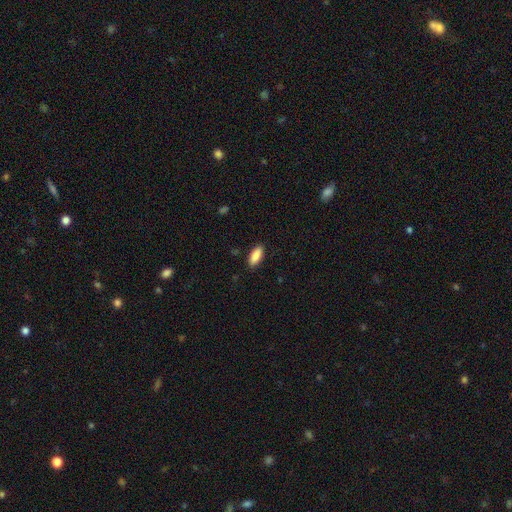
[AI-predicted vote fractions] Smooth or featured? Predicted: smooth (p=0.89). How rounded? Predicted: in between (p=0.81). Merging? Predicted: none (p=0.88).